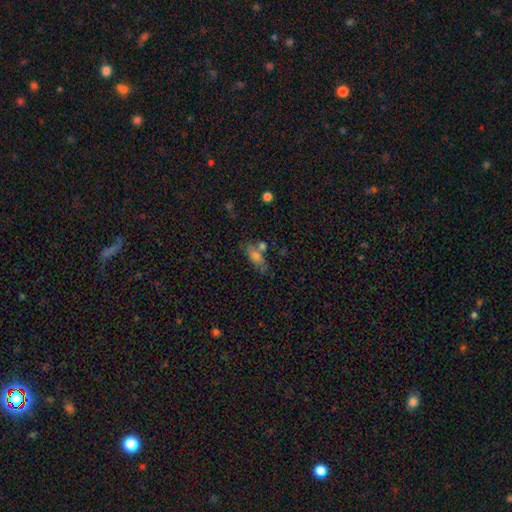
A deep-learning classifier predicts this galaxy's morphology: Smooth or featured: smooth — 66% (featured or disk — 22%)
How rounded: in between — 71% (cigar-shaped — 23%)
Merging: none — 58% (merger — 19%)